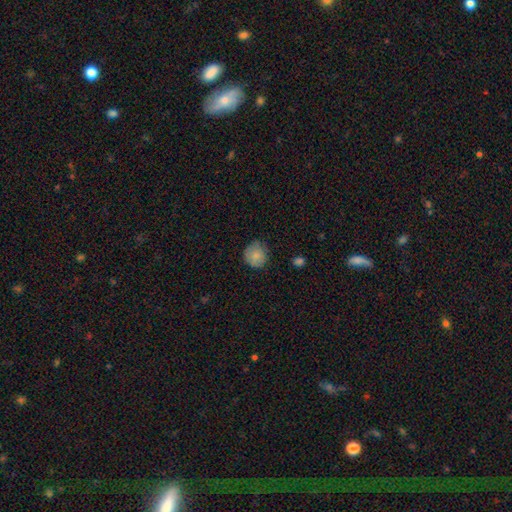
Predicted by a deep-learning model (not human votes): smooth_or_featured: smooth (p=0.82) [alt: featured or disk p=0.10]
how_rounded: round (p=0.89) [alt: in between p=0.10]
merging: none (p=0.71) [alt: minor disturbance p=0.23]